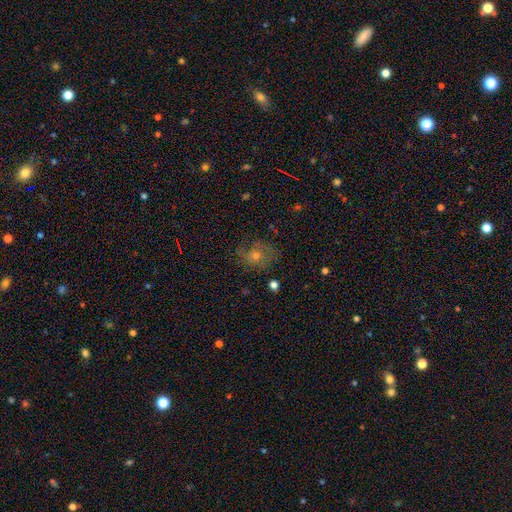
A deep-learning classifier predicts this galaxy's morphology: featured or disk 41%, smooth 38%, star or artifact 21%. Down the decision tree: merging — none (67%).